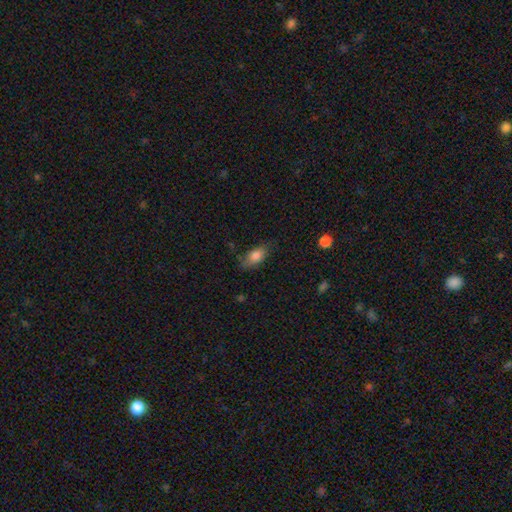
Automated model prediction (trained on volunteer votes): A smooth galaxy with no disk features (79%) that is in between round and cigar-shaped (87%). Merging: none (66%).